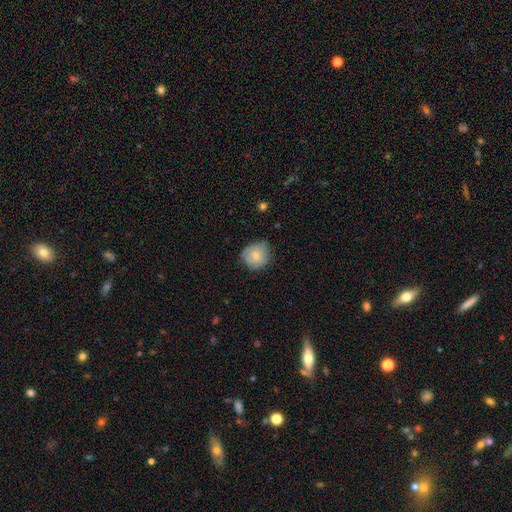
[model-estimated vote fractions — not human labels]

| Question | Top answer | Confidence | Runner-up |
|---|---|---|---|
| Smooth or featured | smooth | 74% | featured or disk (19%) |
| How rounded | round | 81% | in between (18%) |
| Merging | none | 61% | minor disturbance (31%) |